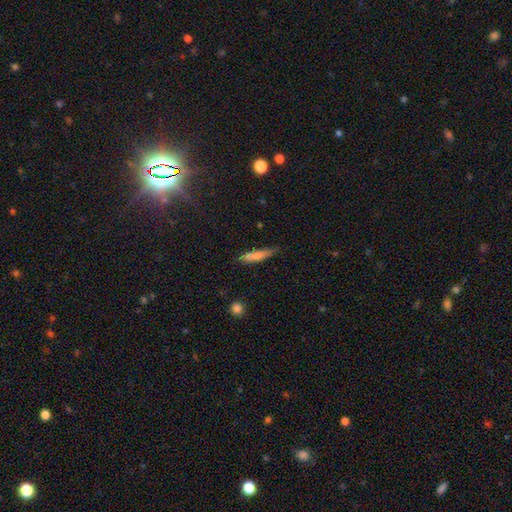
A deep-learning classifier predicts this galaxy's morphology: This is likely a smooth galaxy (76%). How rounded: clearly cigar-shaped (81%). Merging: likely none (73%).